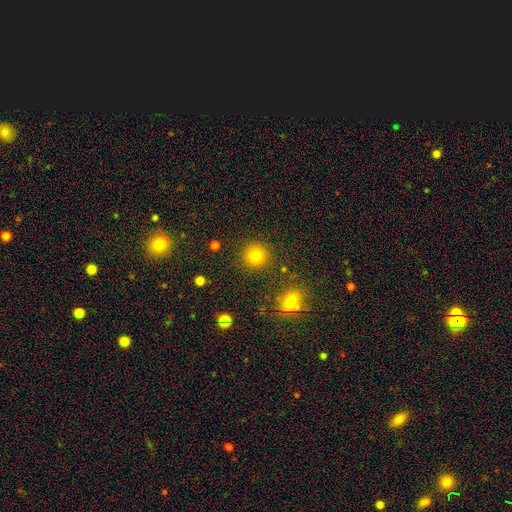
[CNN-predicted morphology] Smooth or featured? smooth (80%)
How rounded? round (93%)
Merging? none (89%)